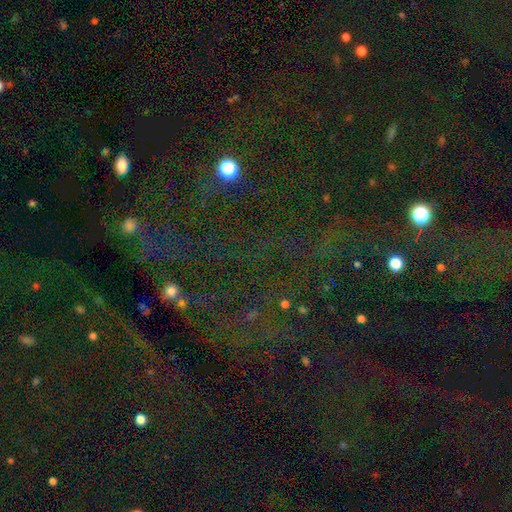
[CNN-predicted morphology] This appears to be a star or artifact, not a galaxy (78%).